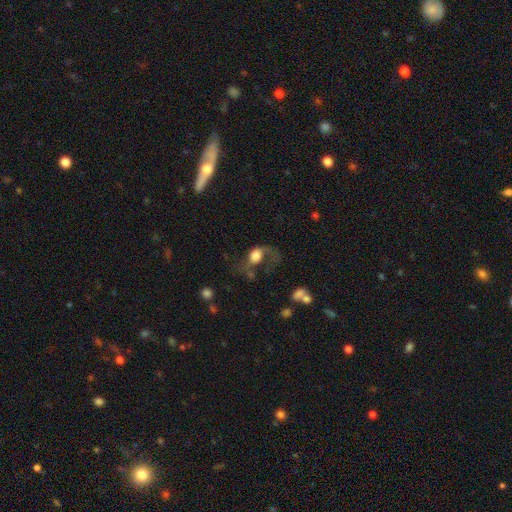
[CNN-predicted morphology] Smooth or featured? smooth (51%)
How rounded? in between (53%)
Merging? major disturbance (51%)